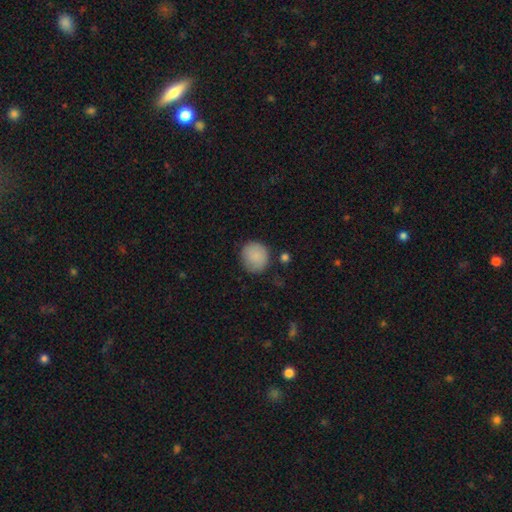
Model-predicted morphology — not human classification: A smooth galaxy with no disk features (86%) that is round (88%). Merging: none (79%).